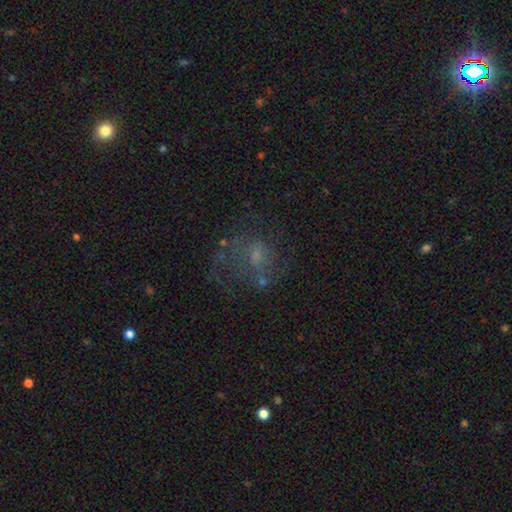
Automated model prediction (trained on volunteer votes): The model was most divided on "smooth or featured": featured or disk: 47%, smooth: 33%, star or artifact: 20%. Remaining: merging — none (47%).